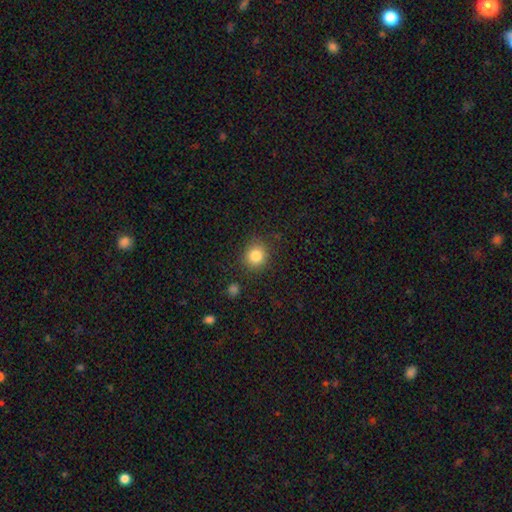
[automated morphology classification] Smooth or featured: smooth — 83% (star or artifact — 11%)
How rounded: round — 86% (in between — 13%)
Merging: none — 87% (minor disturbance — 8%)